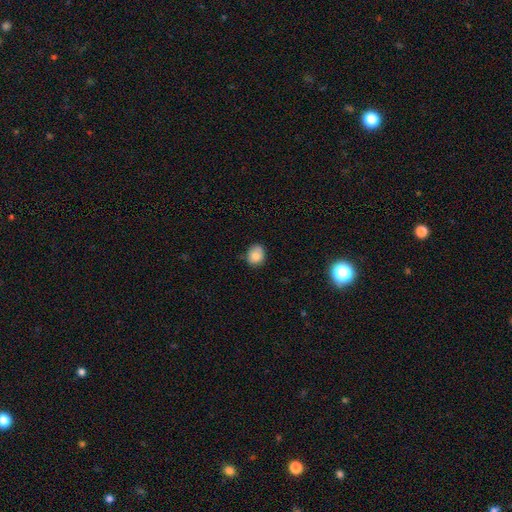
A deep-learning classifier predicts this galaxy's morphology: type=smooth (80%); roundness=round (65%); merging=none (74%).